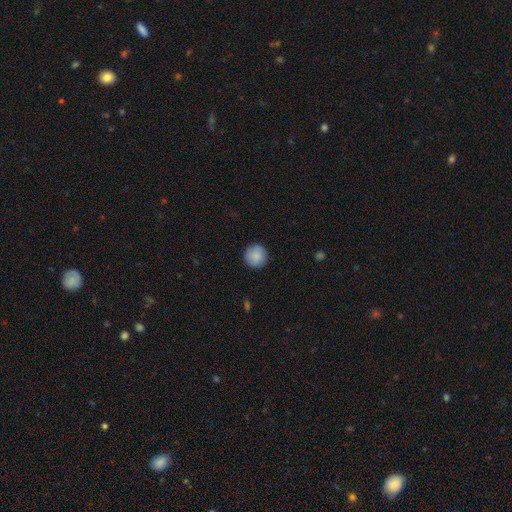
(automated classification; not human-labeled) smooth_or_featured: smooth (p=0.88) [alt: star or artifact p=0.07]
how_rounded: round (p=0.96) [alt: in between p=0.03]
merging: none (p=0.91) [alt: minor disturbance p=0.07]